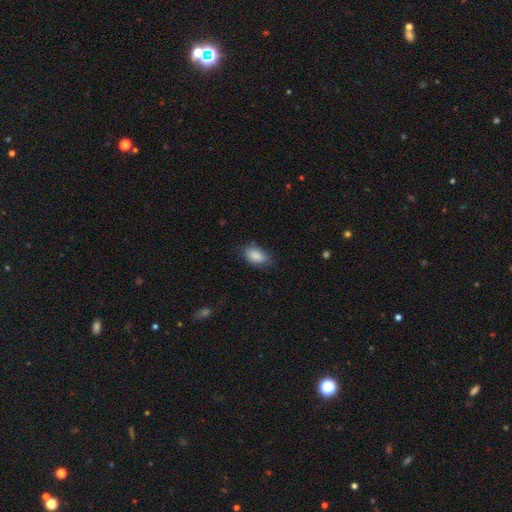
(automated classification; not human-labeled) Q: Smooth or featured?
A: smooth (87%); runner-up: star or artifact (7%)
Q: How rounded?
A: in between (90%); runner-up: round (9%)
Q: Merging?
A: none (72%); runner-up: minor disturbance (22%)